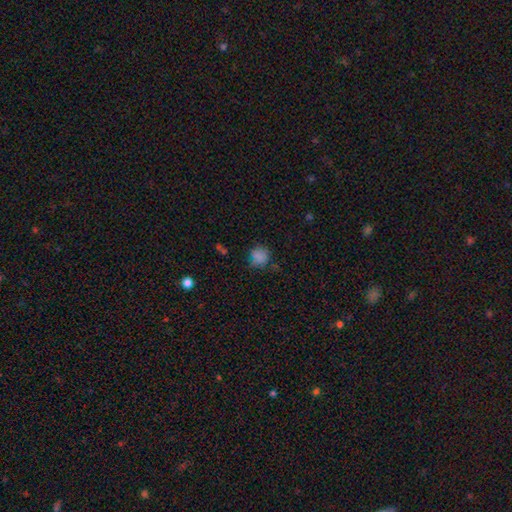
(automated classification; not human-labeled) Smooth or featured?
  - smooth: 75% *
  - star or artifact: 19%
  - featured or disk: 6%
How rounded?
  - round: 83% *
  - in between: 16%
  - cigar-shaped: 1%
Merging?
  - none: 71% *
  - minor disturbance: 19%
  - major disturbance: 7%
  - merger: 3%